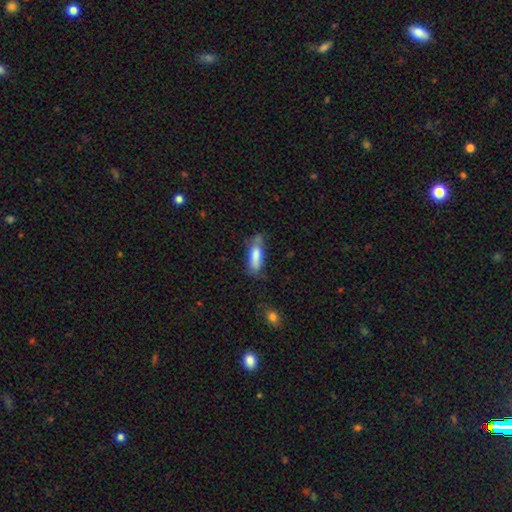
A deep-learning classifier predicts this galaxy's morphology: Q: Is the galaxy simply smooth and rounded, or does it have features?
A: smooth — 77%.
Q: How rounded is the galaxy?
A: cigar-shaped — 50%.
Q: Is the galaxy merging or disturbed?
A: none — 55%.